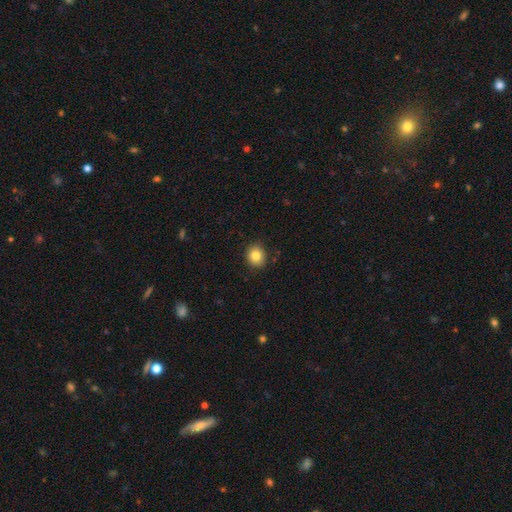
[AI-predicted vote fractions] The model was most divided on "how rounded": round: 78%, in between: 21%, cigar-shaped: 1%. More confident: merging — none (89%); smooth or featured — smooth (82%).